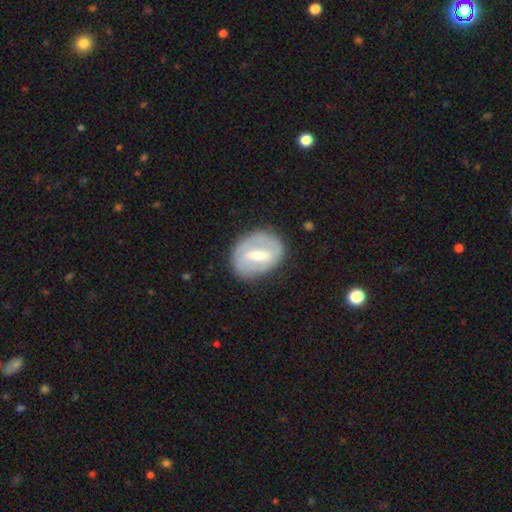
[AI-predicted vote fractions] The model was most divided on "spiral arms": no: 58%, yes: 42%. More confident: edge-on disk — no (93%); merging — none (73%); smooth or featured — featured or disk (59%); bulge size — moderate (55%); bar — strong (54%).